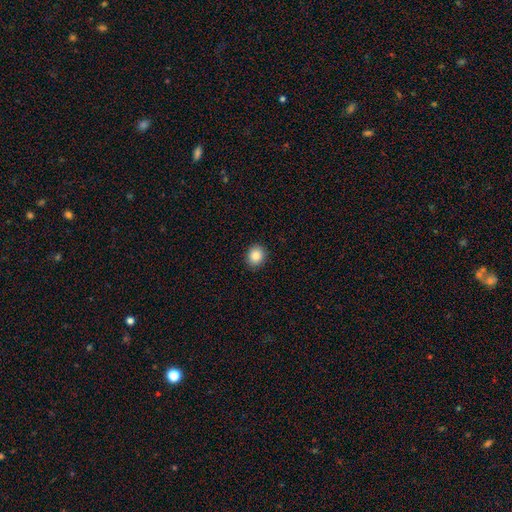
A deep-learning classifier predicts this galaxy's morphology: type=smooth (86%); roundness=round (71%); merging=none (90%).